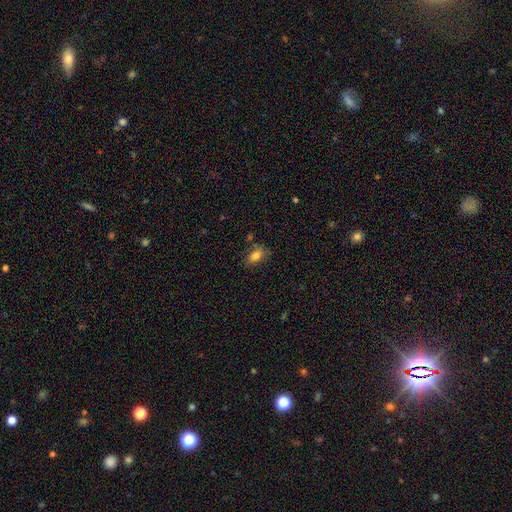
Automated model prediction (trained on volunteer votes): This is likely a smooth galaxy (80%). How rounded: clearly in between (86%). Merging: likely none (75%).